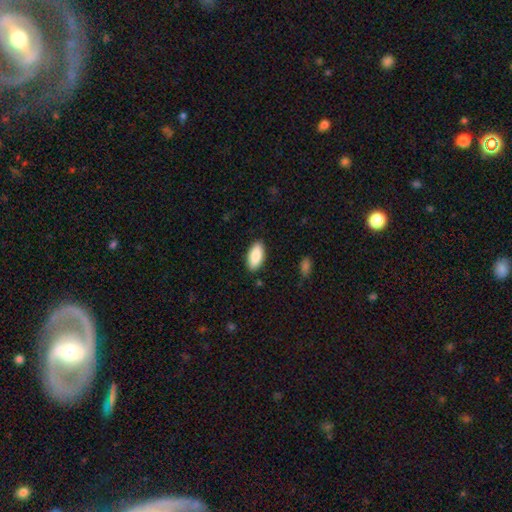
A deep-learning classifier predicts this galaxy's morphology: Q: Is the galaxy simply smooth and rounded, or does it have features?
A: smooth — 89%.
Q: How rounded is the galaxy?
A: in between — 91%.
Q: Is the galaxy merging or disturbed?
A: none — 87%.